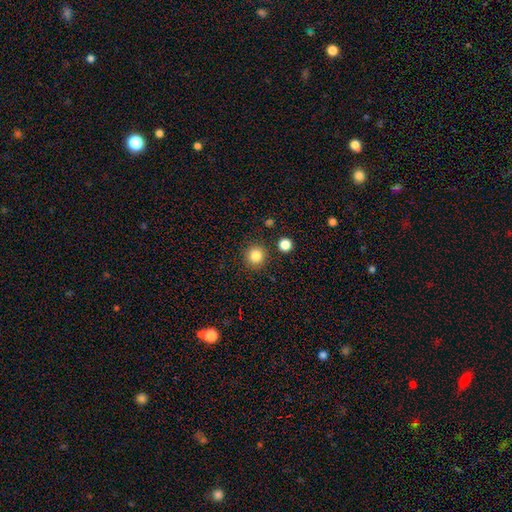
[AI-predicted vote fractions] Morphology: type=smooth (85%); roundness=round (93%); merging=none (88%).